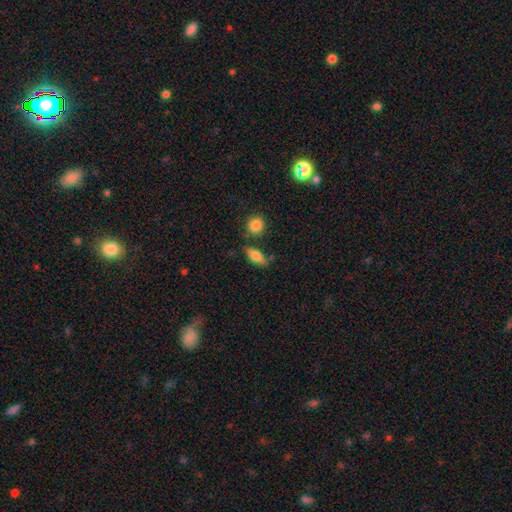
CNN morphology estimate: A smooth galaxy with no disk features (75%) that is in between round and cigar-shaped (70%).

Vote fractions:
- Smooth or featured? smooth: 75% / featured or disk: 17% / star or artifact: 8%
- How rounded? in between: 70% / cigar-shaped: 26% / round: 5%
- Merging? none: 70% / minor disturbance: 17% / merger: 9% / major disturbance: 5%